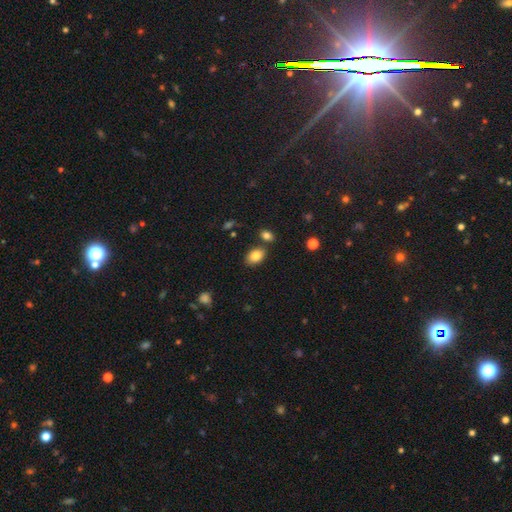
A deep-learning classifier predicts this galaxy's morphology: The model was most divided on "merging": none: 77%, minor disturbance: 11%, merger: 9%, major disturbance: 3%. More confident: how rounded — in between (87%); smooth or featured — smooth (84%).